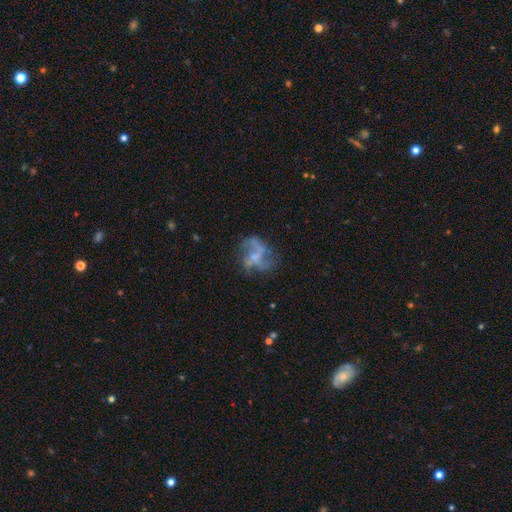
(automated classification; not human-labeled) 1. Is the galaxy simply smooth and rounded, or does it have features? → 72% featured or disk, 17% smooth, 11% star or artifact.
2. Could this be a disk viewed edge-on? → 98% no, 2% yes.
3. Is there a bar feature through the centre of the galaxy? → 60% no, 34% weak, 7% strong.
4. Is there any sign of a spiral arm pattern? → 76% yes, 24% no.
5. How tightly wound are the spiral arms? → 56% loose, 34% medium, 9% tight.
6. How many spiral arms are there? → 30% 3 (tied), 30% 2 (tied), 21% can't tell, 8% 4, 6% 1, 5% more than 4.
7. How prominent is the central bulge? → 38% small, 35% none, 23% moderate, 2% large, 1% dominant.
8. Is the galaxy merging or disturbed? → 51% none, 26% major disturbance, 19% minor disturbance, 4% merger.